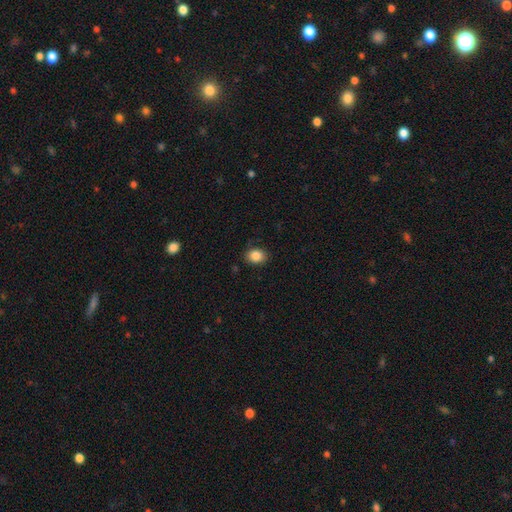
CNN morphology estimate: This appears to be a smooth galaxy with no disk features (86%) that is in between round and cigar-shaped (53%). Merging: none (83%).